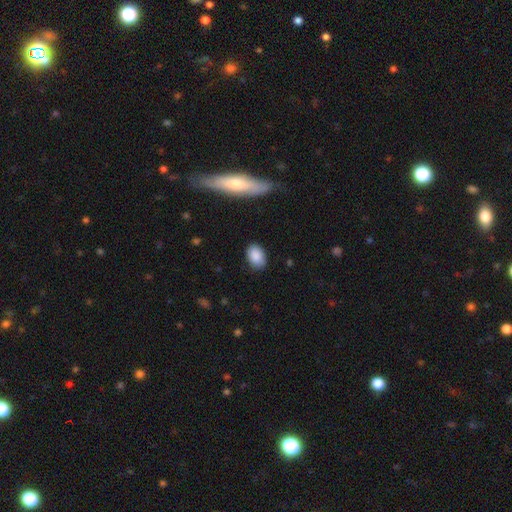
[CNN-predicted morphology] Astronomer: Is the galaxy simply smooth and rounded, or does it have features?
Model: smooth — 88%.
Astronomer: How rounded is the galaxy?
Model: in between — 83%.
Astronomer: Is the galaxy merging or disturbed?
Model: none — 85%.